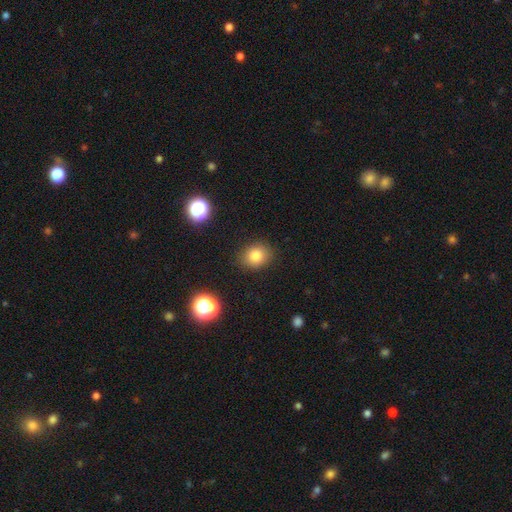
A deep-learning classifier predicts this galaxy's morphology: A smooth galaxy with no disk features (81%) that is round (62%).

Vote fractions:
- Smooth or featured? smooth: 81% / star or artifact: 13% / featured or disk: 7%
- How rounded? round: 62% / in between: 37% / cigar-shaped: 1%
- Merging? none: 87% / minor disturbance: 9% / major disturbance: 3% / merger: 1%